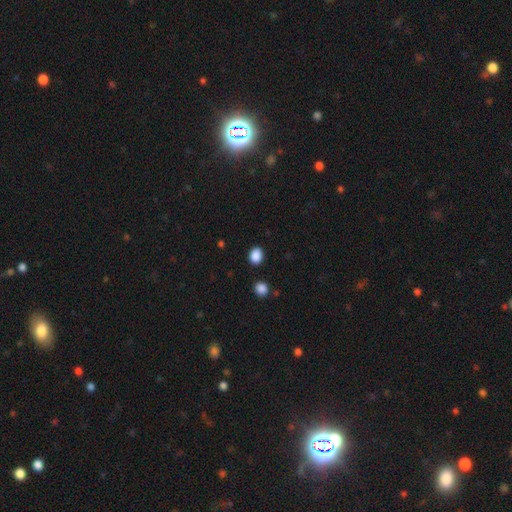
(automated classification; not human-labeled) Overall: smooth (88%). How rounded: in between (54%; round 45%). Merging: none (87%).